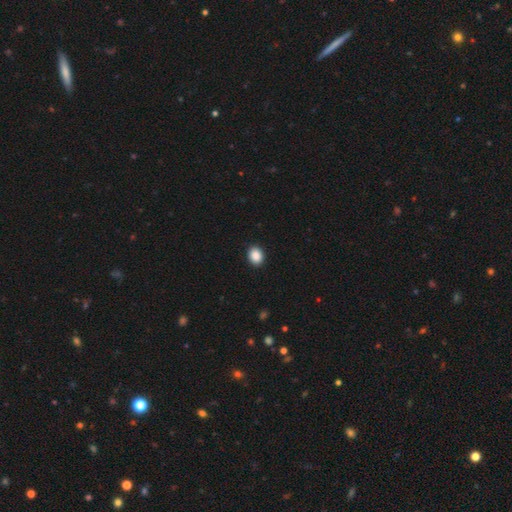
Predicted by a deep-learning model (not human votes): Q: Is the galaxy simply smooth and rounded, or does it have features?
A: smooth — 89%.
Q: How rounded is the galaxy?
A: in between — 53%.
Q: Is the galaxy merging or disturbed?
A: none — 91%.